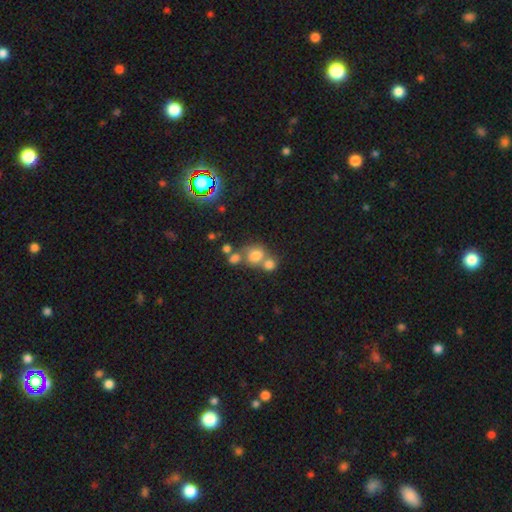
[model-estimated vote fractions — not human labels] smooth 73%, star or artifact 15%, featured or disk 12%. Down the decision tree: how rounded — round (77%); merging — merger (44%).